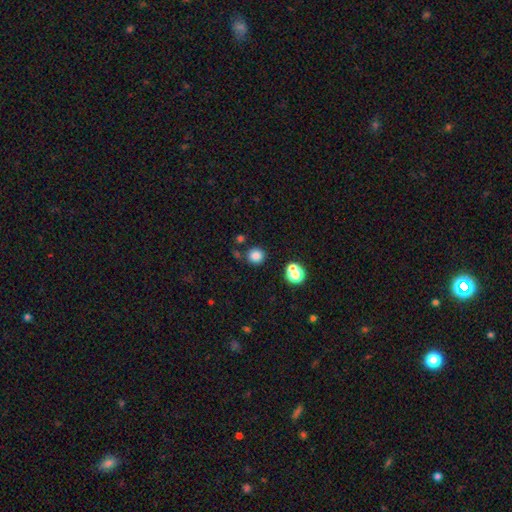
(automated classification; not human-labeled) smooth_or_featured: smooth (p=0.82) [alt: star or artifact p=0.13]
how_rounded: round (p=0.92) [alt: in between p=0.07]
merging: none (p=0.81) [alt: minor disturbance p=0.09]